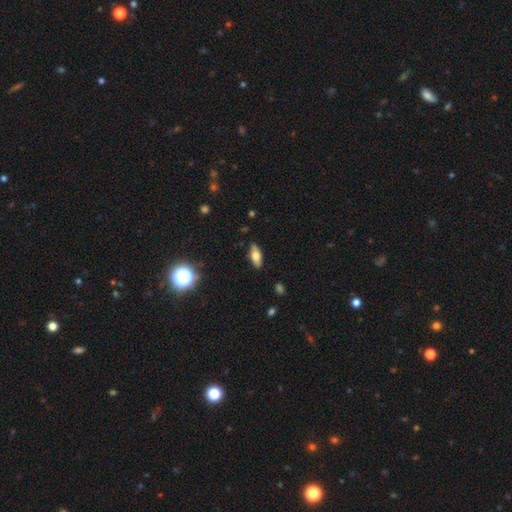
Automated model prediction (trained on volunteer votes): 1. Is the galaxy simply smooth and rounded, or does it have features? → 62% smooth, 29% featured or disk, 9% star or artifact.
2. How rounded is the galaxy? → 76% in between, 21% cigar-shaped, 3% round.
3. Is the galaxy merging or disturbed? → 88% none, 9% minor disturbance, 2% major disturbance, 1% merger.